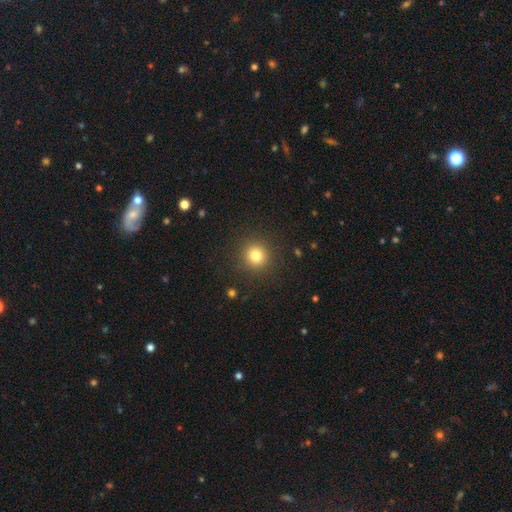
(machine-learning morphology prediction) smooth_or_featured: smooth (p=0.80) [alt: star or artifact p=0.13]
how_rounded: round (p=0.93) [alt: in between p=0.06]
merging: none (p=0.90) [alt: minor disturbance p=0.06]